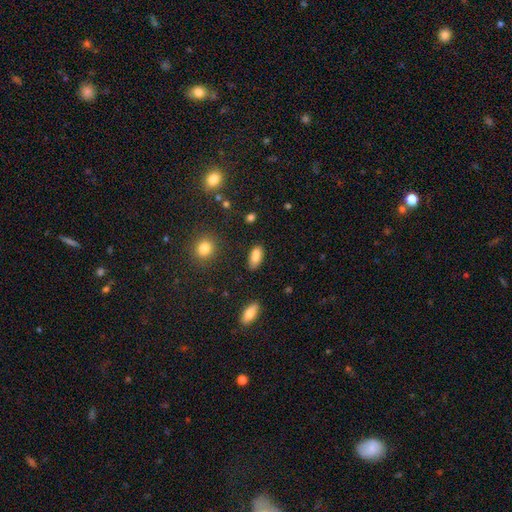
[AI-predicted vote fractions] A smooth galaxy with no disk features (80%) that is in between round and cigar-shaped (86%). Merging: none (60%).